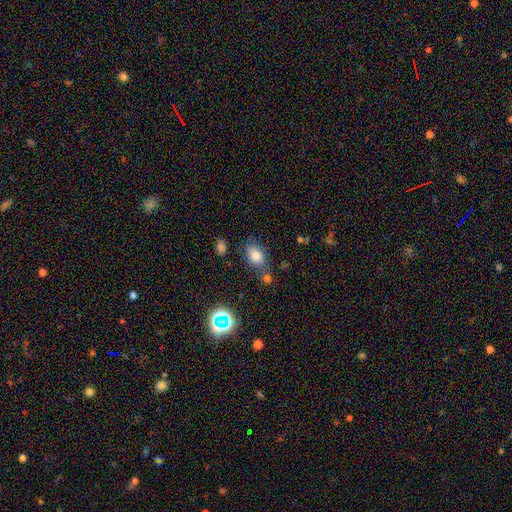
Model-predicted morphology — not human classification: This is likely a smooth galaxy (76%). How rounded: clearly in between (83%). Merging: likely none (61%).